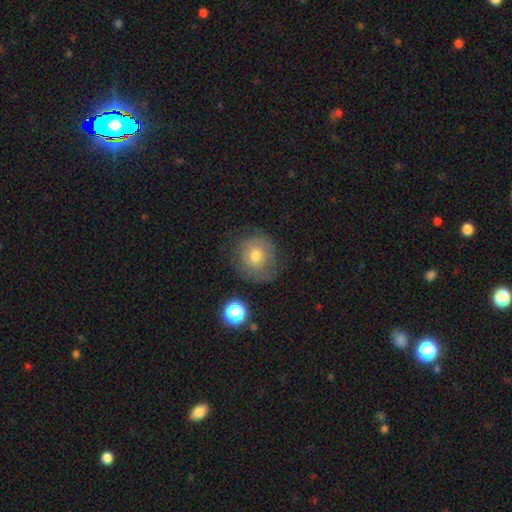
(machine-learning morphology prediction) Q: Smooth or featured?
A: smooth (65%); runner-up: featured or disk (23%)
Q: How rounded?
A: round (87%); runner-up: in between (12%)
Q: Merging?
A: none (68%); runner-up: minor disturbance (21%)